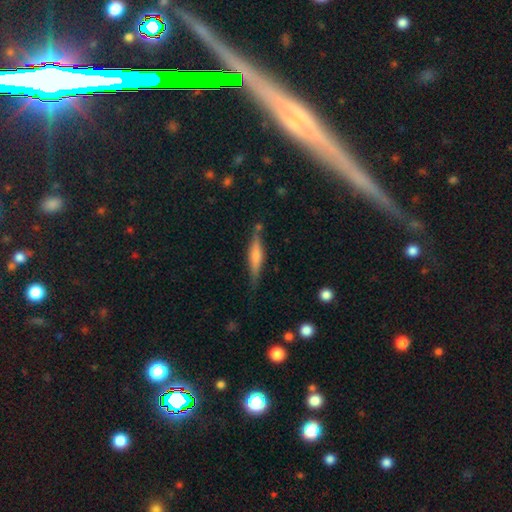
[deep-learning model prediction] featured or disk 54%, smooth 39%, star or artifact 7%. Down the decision tree: edge-on disk — yes (95%); edge-on bulge — rounded (64%); merging — none (78%).